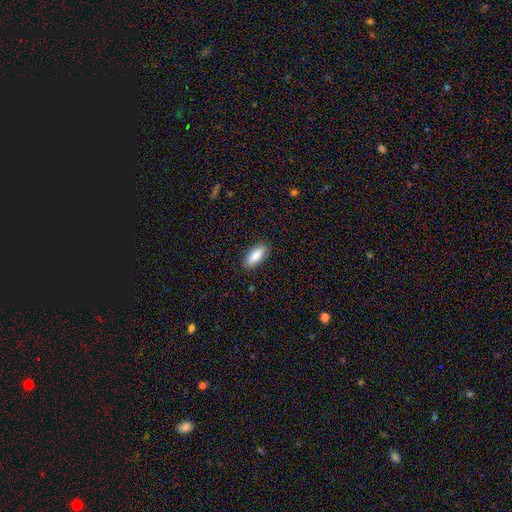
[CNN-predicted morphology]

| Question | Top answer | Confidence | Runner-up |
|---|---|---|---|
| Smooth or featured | smooth | 88% | featured or disk (7%) |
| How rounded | in between | 83% | cigar-shaped (15%) |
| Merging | none | 88% | minor disturbance (9%) |